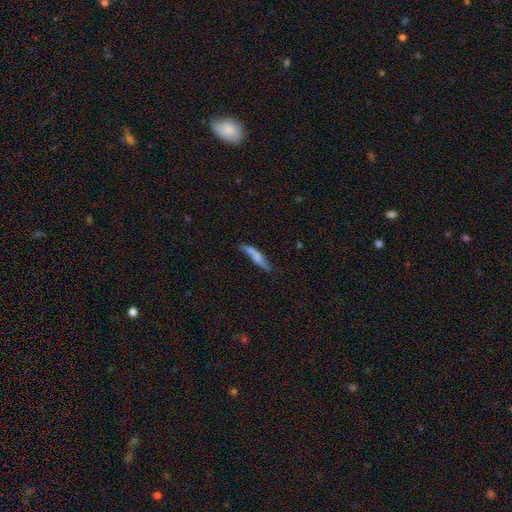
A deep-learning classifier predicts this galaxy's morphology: Smooth or featured? smooth (52%)
How rounded? cigar-shaped (85%)
Merging? none (56%)